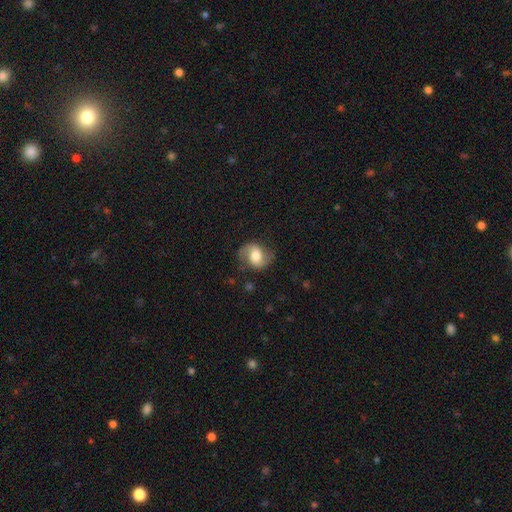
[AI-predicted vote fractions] Q: Smooth or featured?
A: featured or disk (56%); runner-up: smooth (37%)
Q: Edge-on disk?
A: no (97%); runner-up: yes (3%)
Q: Bar?
A: no (47%); runner-up: weak (38%)
Q: Spiral arms?
A: yes (86%); runner-up: no (14%)
Q: Bulge size?
A: moderate (57%); runner-up: large (27%)
Q: Merging?
A: none (72%); runner-up: minor disturbance (18%)